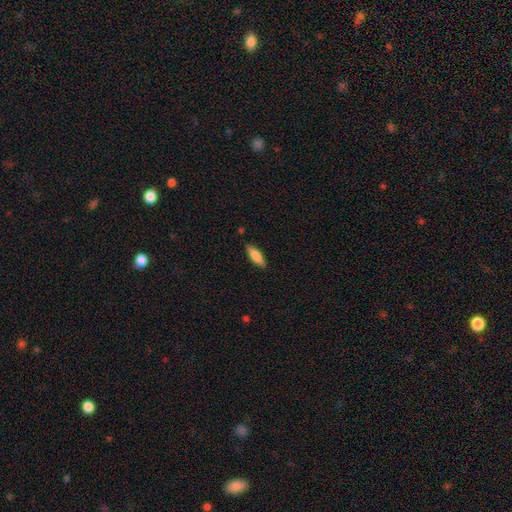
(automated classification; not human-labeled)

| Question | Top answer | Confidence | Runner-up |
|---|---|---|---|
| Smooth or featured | smooth | 80% | featured or disk (14%) |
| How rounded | in between | 55% | cigar-shaped (43%) |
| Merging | none | 86% | minor disturbance (10%) |